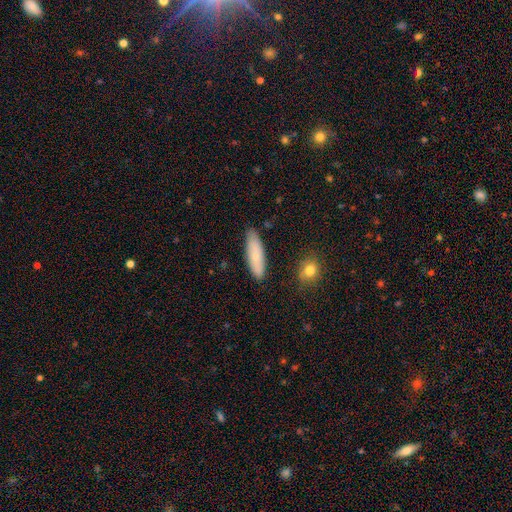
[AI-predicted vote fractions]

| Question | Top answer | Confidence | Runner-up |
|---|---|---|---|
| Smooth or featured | smooth | 74% | featured or disk (19%) |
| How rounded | cigar-shaped | 55% | in between (43%) |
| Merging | none | 85% | minor disturbance (11%) |